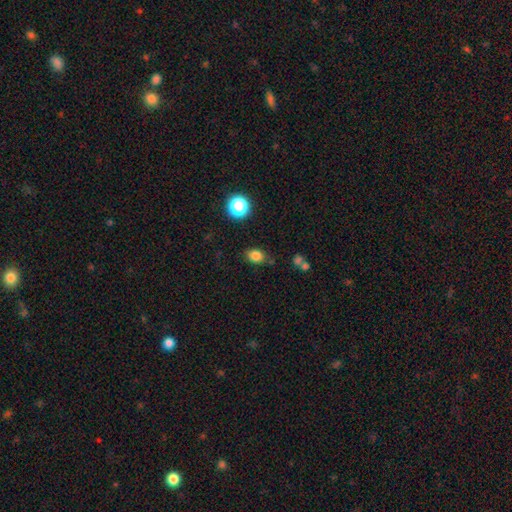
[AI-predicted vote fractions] Q: Smooth or featured?
A: smooth (82%); runner-up: star or artifact (13%)
Q: How rounded?
A: in between (60%); runner-up: round (39%)
Q: Merging?
A: none (78%); runner-up: minor disturbance (14%)